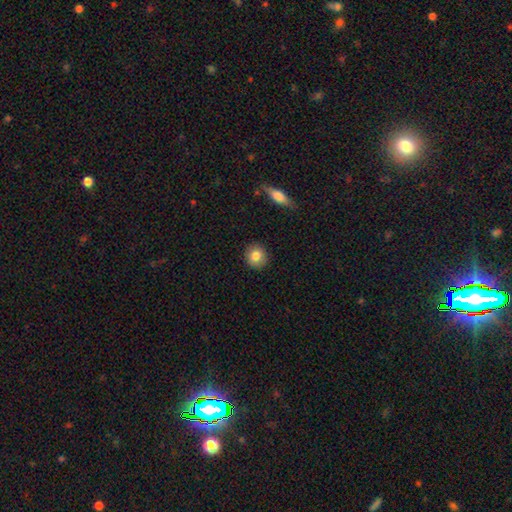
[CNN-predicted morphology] Overall: smooth (82%). How rounded: round (89%). Merging: none (91%).